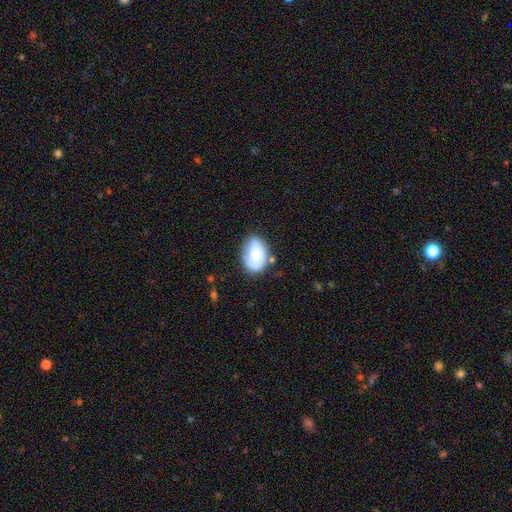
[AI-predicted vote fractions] Smooth or featured? Predicted: smooth (p=0.70). How rounded? Predicted: in between (p=0.82). Merging? Predicted: none (p=0.64).